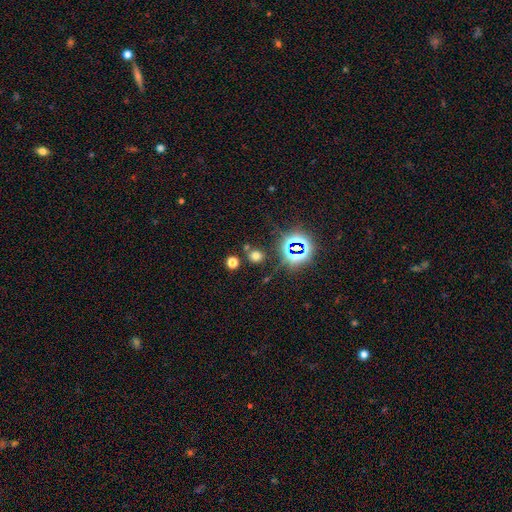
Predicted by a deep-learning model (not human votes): This is likely a smooth galaxy (60%). How rounded: clearly round (81%). Merging: likely none (78%).